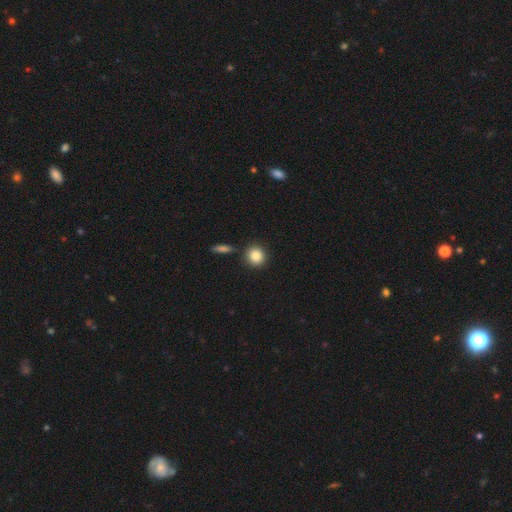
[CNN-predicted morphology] A smooth galaxy with no disk features (86%) that is round (87%).

Vote fractions:
- Smooth or featured? smooth: 86% / star or artifact: 8% / featured or disk: 6%
- How rounded? round: 87% / in between: 12% / cigar-shaped: 1%
- Merging? none: 83% / minor disturbance: 8% / merger: 6% / major disturbance: 2%